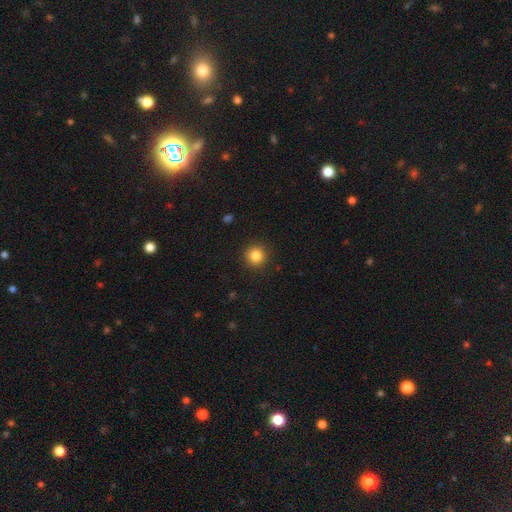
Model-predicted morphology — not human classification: A smooth galaxy with no disk features (84%) that is round (95%). Merging: none (92%).